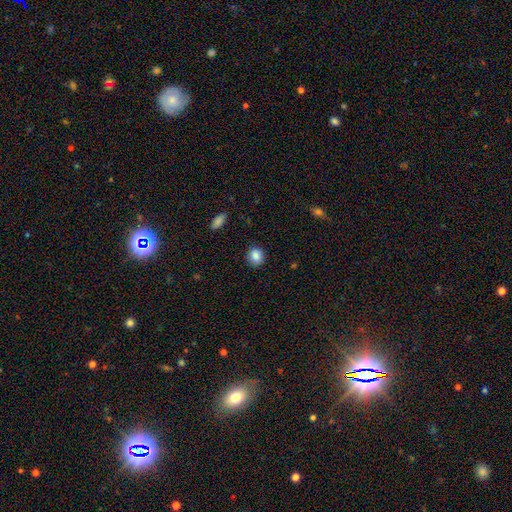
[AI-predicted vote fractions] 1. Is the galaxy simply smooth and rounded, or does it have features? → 86% smooth, 9% star or artifact, 5% featured or disk.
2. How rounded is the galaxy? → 79% round, 20% in between, 1% cigar-shaped.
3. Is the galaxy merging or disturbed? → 88% none, 9% minor disturbance, 2% major disturbance, 1% merger.